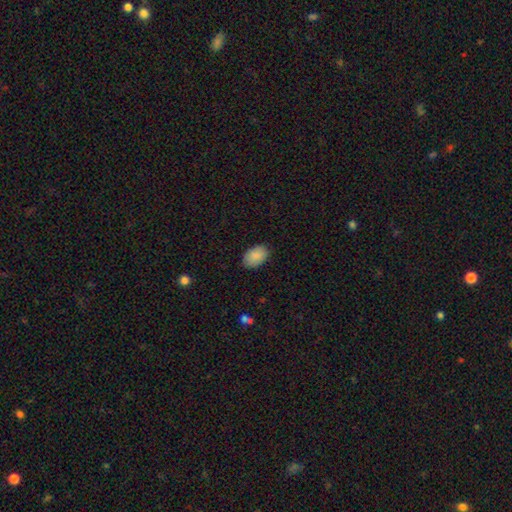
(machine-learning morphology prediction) Smooth or featured? Predicted: smooth (p=0.89). How rounded? Predicted: in between (p=0.91). Merging? Predicted: none (p=0.86).